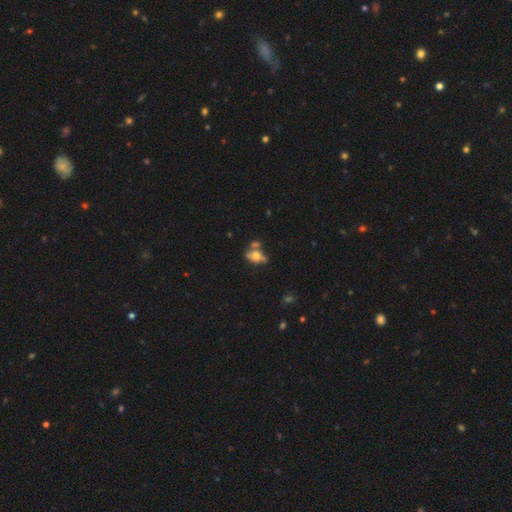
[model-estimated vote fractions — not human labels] The model was most divided on "smooth or featured": smooth: 46%, featured or disk: 43%, star or artifact: 12%. Remaining: merging — none (38%).